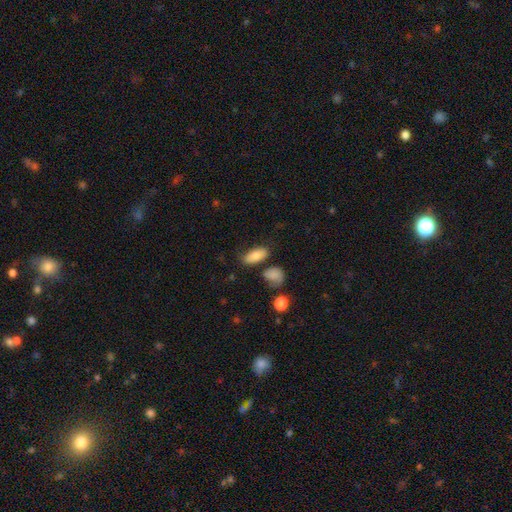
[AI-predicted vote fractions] Smooth or featured? smooth (83%)
How rounded? in between (87%)
Merging? none (72%)